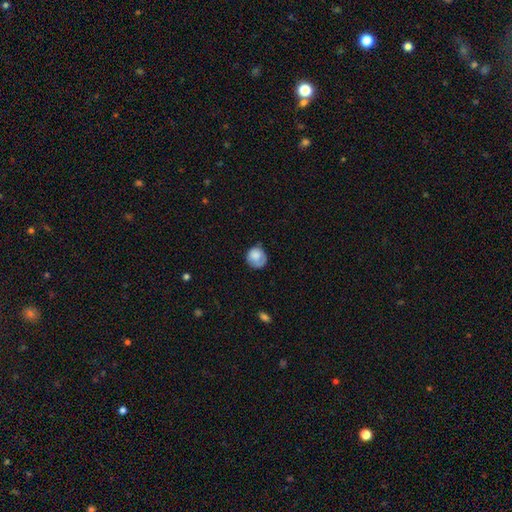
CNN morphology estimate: Smooth or featured: smooth — 76% (featured or disk — 17%)
How rounded: round — 83% (in between — 16%)
Merging: none — 59% (minor disturbance — 27%)